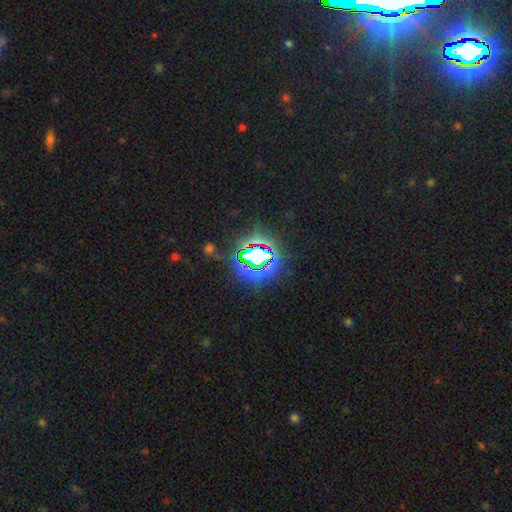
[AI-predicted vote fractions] Morphology: type=star or artifact (77%).